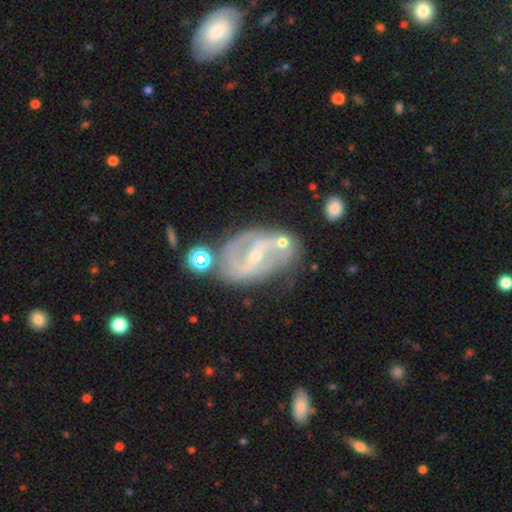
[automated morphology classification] Smooth or featured?
  - featured or disk: 86% *
  - smooth: 8%
  - star or artifact: 6%
Edge-on disk?
  - no: 96% *
  - yes: 4%
Bar?
  - strong: 48% *
  - weak: 35%
  - no: 18%
Spiral arms?
  - yes: 91% *
  - no: 9%
Spiral winding?
  - medium: 47% *
  - tight: 27%
  - loose: 26%
Spiral arm count?
  - 2: 80% *
  - can't tell: 10%
  - 3: 4%
  - 1: 3%
  - 4: 2%
  - more than 4: 1%
Bulge size?
  - small: 67% *
  - moderate: 30%
  - none: 1%
  - large: 1%
  - dominant: 1%
Merging?
  - none: 58% *
  - minor disturbance: 22%
  - merger: 10%
  - major disturbance: 10%